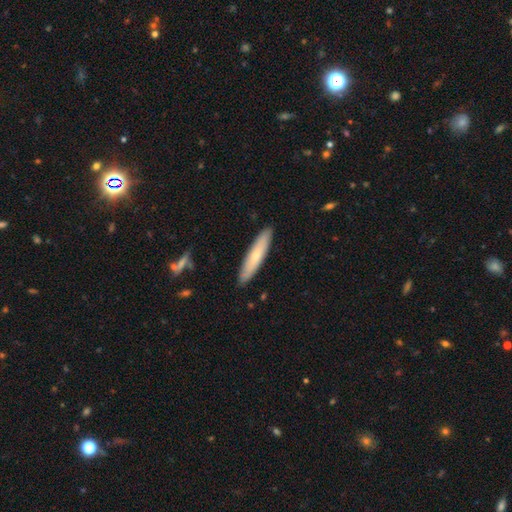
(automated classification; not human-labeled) smooth_or_featured: smooth (p=0.64) [alt: featured or disk p=0.30]
how_rounded: cigar-shaped (p=0.86) [alt: in between p=0.13]
merging: none (p=0.89) [alt: minor disturbance p=0.08]